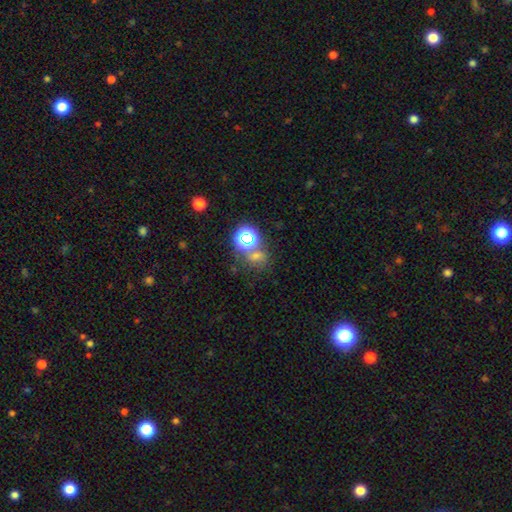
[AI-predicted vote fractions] A star or artifact, not a galaxy (45%).

Vote fractions:
- Smooth or featured? star or artifact: 45% / smooth: 44% / featured or disk: 11%